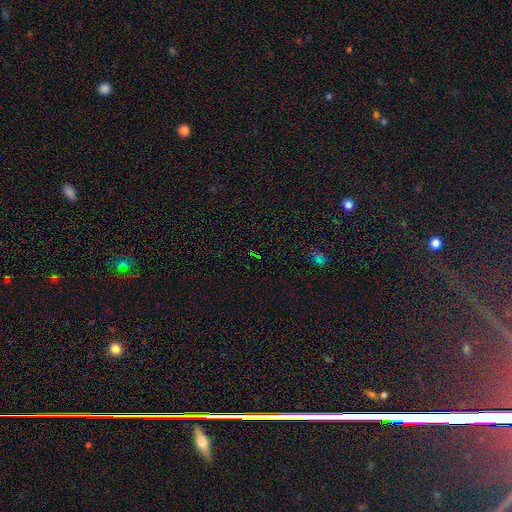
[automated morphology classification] This is likely a star or artifact rather than a galaxy (76%).